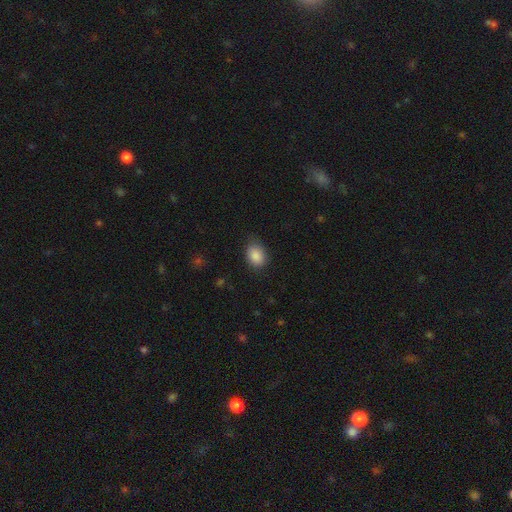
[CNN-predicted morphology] The model was most divided on "how rounded": in between: 74%, round: 25%, cigar-shaped: 1%. More confident: smooth or featured — smooth (88%); merging — none (74%).